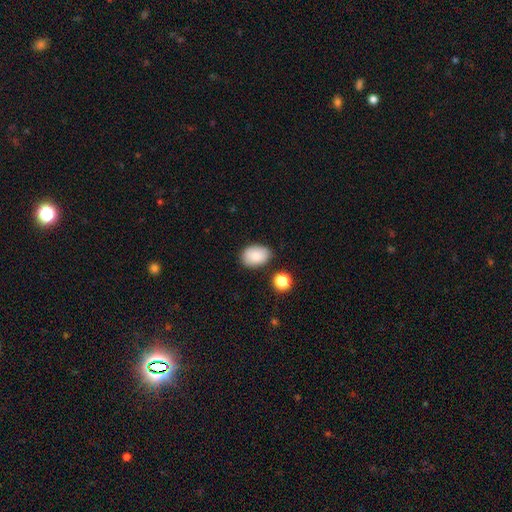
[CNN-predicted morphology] This is clearly a smooth galaxy (85%). How rounded: clearly in between (83%). Merging: likely none (79%).